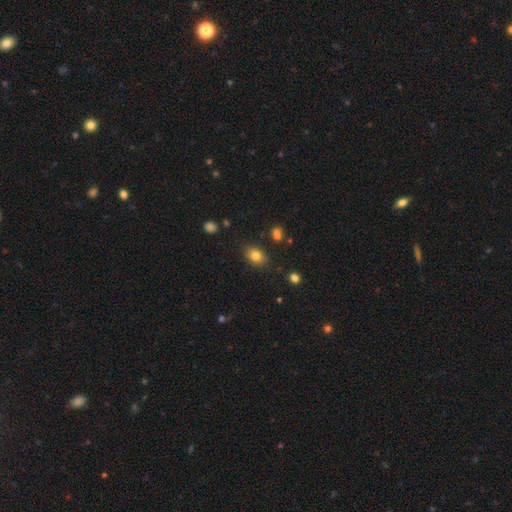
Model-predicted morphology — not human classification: smooth 80%, star or artifact 11%, featured or disk 9%. Down the decision tree: how rounded — in between (70%); merging — none (83%).